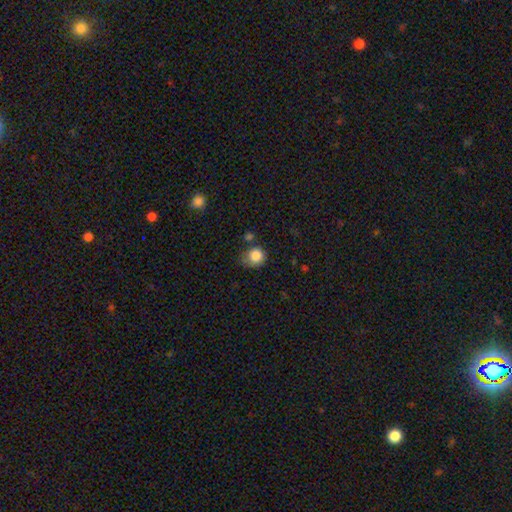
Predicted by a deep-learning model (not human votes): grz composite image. It shows a smooth galaxy with no disk features (85%) that is round (85%). Merging: none (57%).